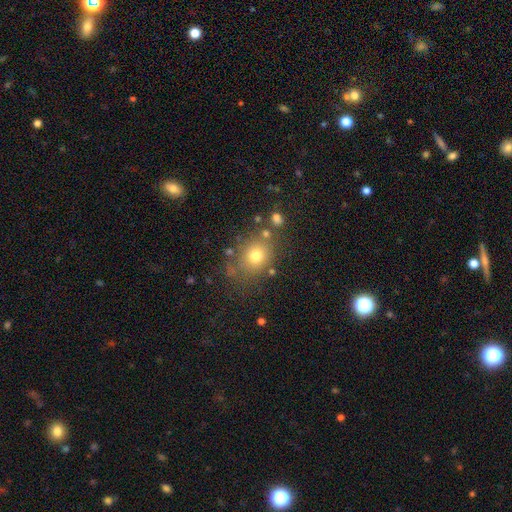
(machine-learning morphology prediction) Q: Smooth or featured?
A: smooth (74%); runner-up: star or artifact (14%)
Q: How rounded?
A: round (64%); runner-up: in between (35%)
Q: Merging?
A: none (72%); runner-up: minor disturbance (14%)